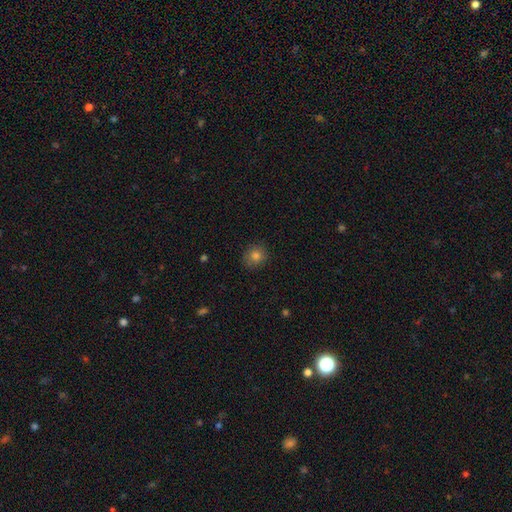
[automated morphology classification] smooth 81%, star or artifact 12%, featured or disk 7%. Down the decision tree: how rounded — round (76%); merging — none (84%).